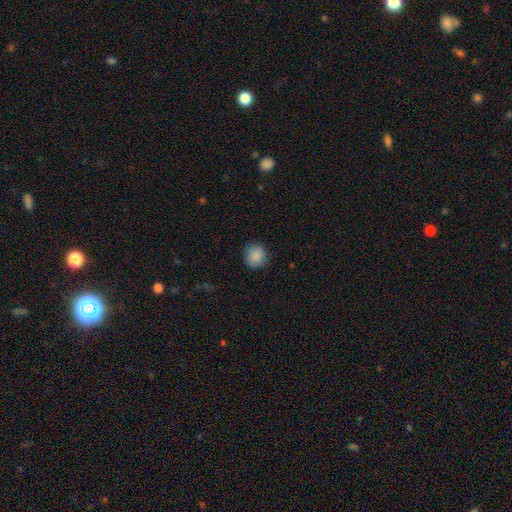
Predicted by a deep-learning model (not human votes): Smooth or featured: smooth — 88% (star or artifact — 8%)
How rounded: round — 89% (in between — 10%)
Merging: none — 86% (minor disturbance — 11%)